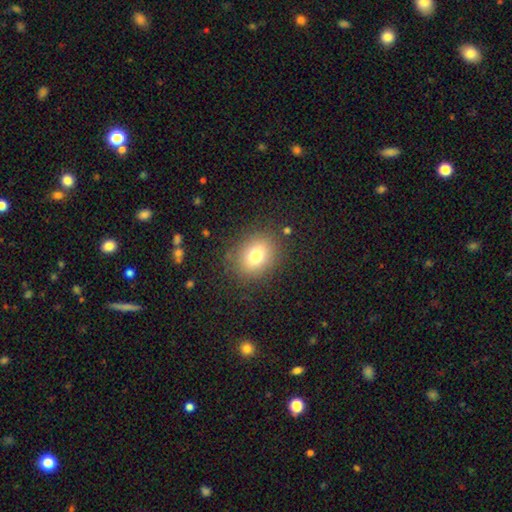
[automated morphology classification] This is likely a smooth galaxy (75%). How rounded: possibly in between (50%). Merging: clearly none (83%).